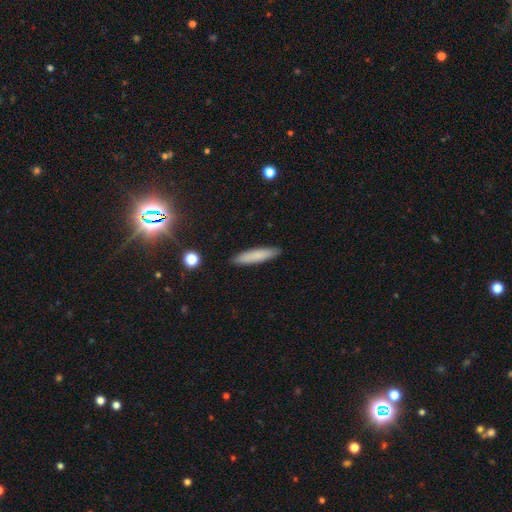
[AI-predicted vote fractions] A smooth galaxy with no disk features (80%) that is cigar-shaped (86%). Merging: none (90%).